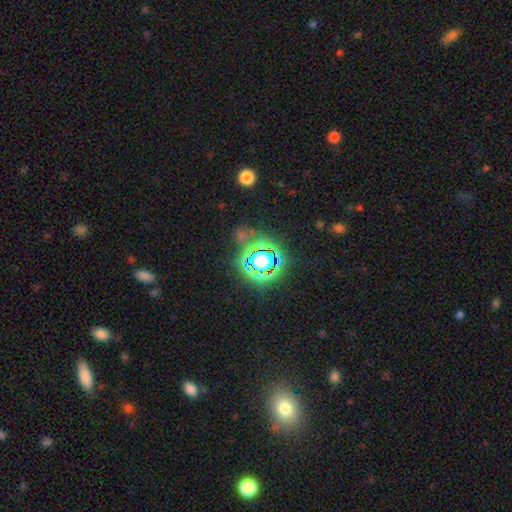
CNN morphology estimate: Q: Smooth or featured?
A: star or artifact (73%); runner-up: smooth (17%)